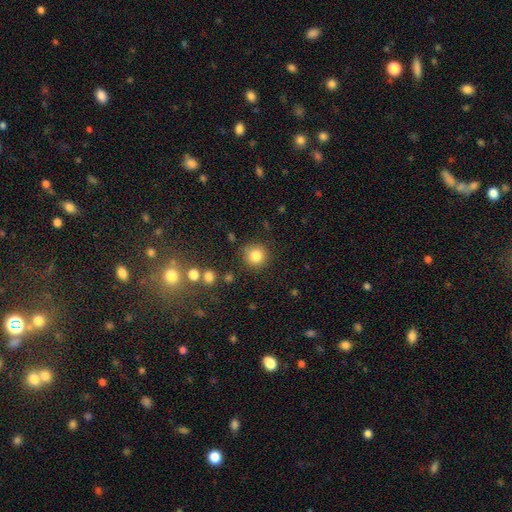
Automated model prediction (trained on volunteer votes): smooth_or_featured: smooth (p=0.83) [alt: star or artifact p=0.11]
how_rounded: round (p=0.93) [alt: in between p=0.06]
merging: none (p=0.85) [alt: minor disturbance p=0.09]